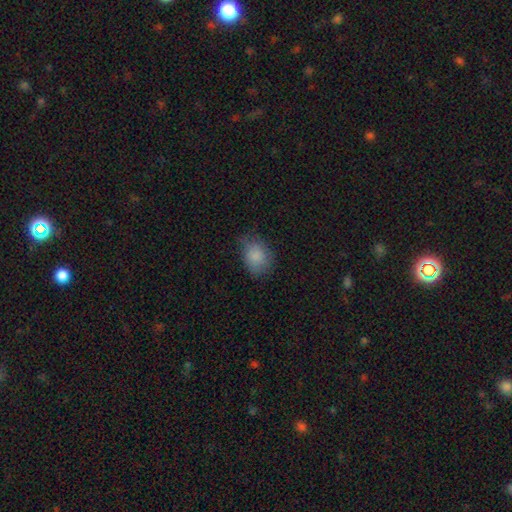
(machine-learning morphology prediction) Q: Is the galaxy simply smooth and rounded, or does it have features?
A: smooth — 85%.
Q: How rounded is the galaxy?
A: in between — 61%.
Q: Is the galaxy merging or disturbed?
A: none — 64%.